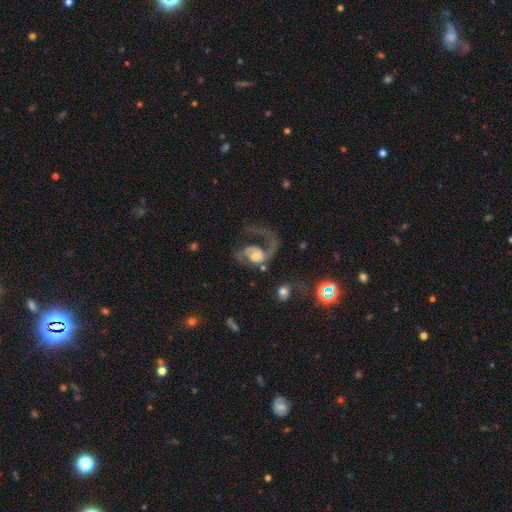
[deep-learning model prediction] Smooth or featured? Predicted: featured or disk (p=0.77). Edge-on disk? Predicted: no (p=0.97). Bar? Predicted: no (p=0.71). Spiral arms? Predicted: yes (p=0.88). Spiral winding? Predicted: loose (p=0.45). Spiral arm count? Predicted: 1 (p=0.59). Bulge size? Predicted: moderate (p=0.57). Merging? Predicted: major disturbance (p=0.49).